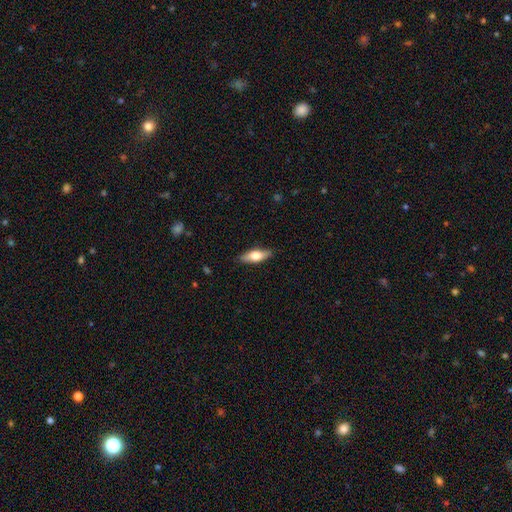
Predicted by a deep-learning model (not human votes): Overall: smooth (59%; featured or disk 35%). How rounded: in between (59%; cigar-shaped 38%). Merging: none (87%).